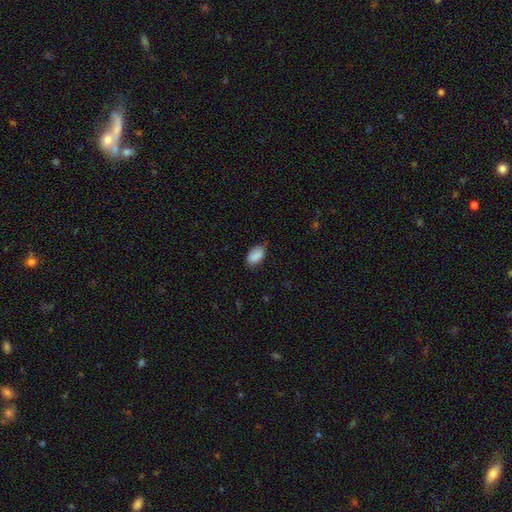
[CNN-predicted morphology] Smooth or featured? smooth (88%)
How rounded? in between (92%)
Merging? none (73%)